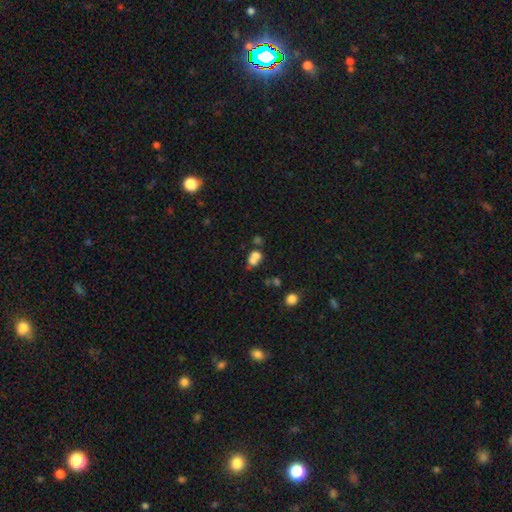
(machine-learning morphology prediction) A smooth galaxy with no disk features (65%) that is round (62%).

Vote fractions:
- Smooth or featured? smooth: 65% / featured or disk: 20% / star or artifact: 15%
- How rounded? round: 62% / in between: 36% / cigar-shaped: 1%
- Merging? merger: 59% / none: 28% / minor disturbance: 7% / major disturbance: 5%